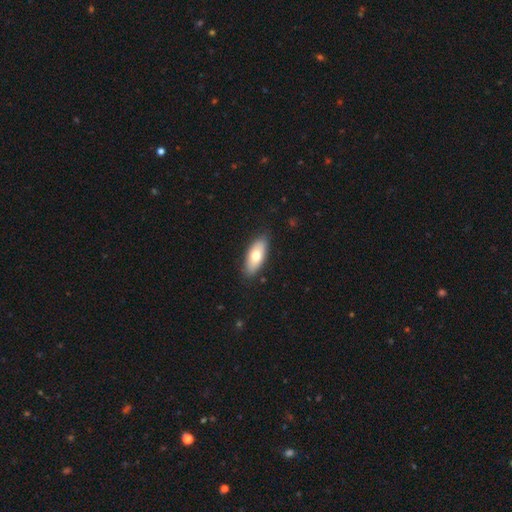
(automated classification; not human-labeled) Morphology: type=smooth (69%); roundness=in between (83%); merging=none (87%).